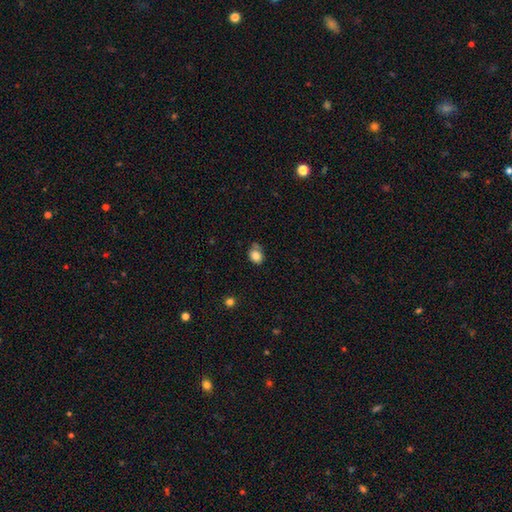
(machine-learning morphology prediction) smooth_or_featured: smooth (p=0.82) [alt: star or artifact p=0.10]
how_rounded: in between (p=0.56) [alt: round p=0.43]
merging: none (p=0.56) [alt: minor disturbance p=0.31]